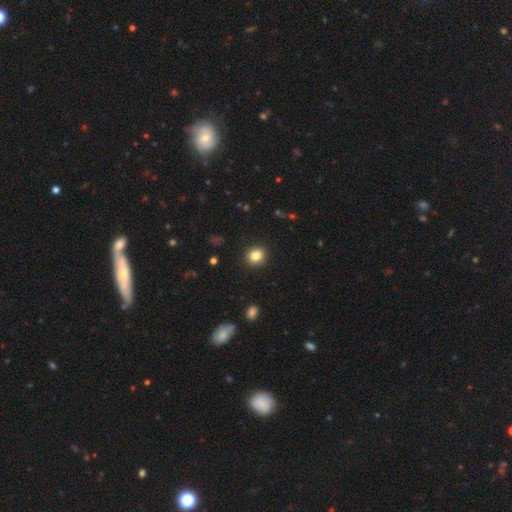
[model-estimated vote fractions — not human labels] Q: Smooth or featured?
A: smooth (83%); runner-up: star or artifact (11%)
Q: How rounded?
A: round (79%); runner-up: in between (20%)
Q: Merging?
A: none (91%); runner-up: minor disturbance (6%)